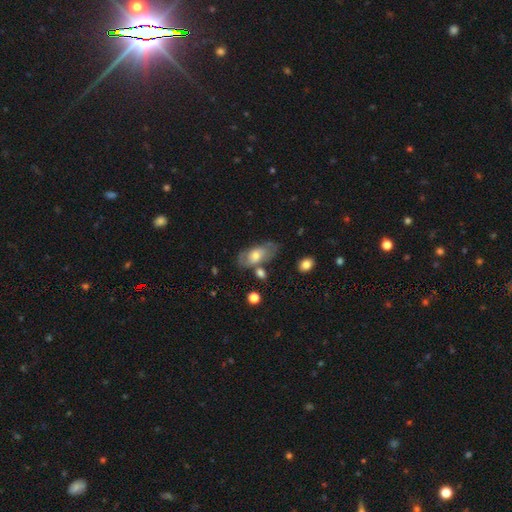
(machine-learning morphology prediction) Smooth or featured? smooth (47%)
Merging? none (54%)